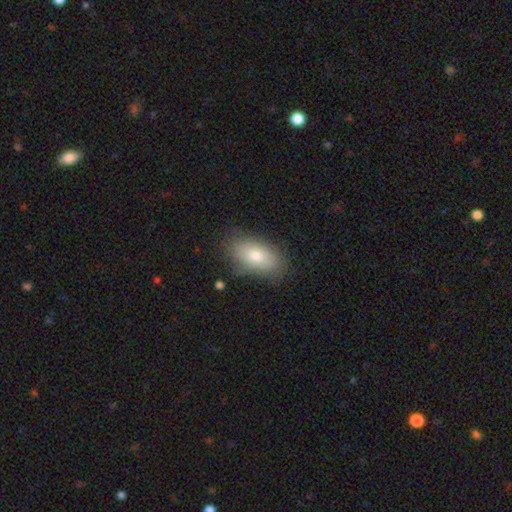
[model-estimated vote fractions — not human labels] Smooth or featured? Predicted: smooth (p=0.76). How rounded? Predicted: in between (p=0.92). Merging? Predicted: none (p=0.76).